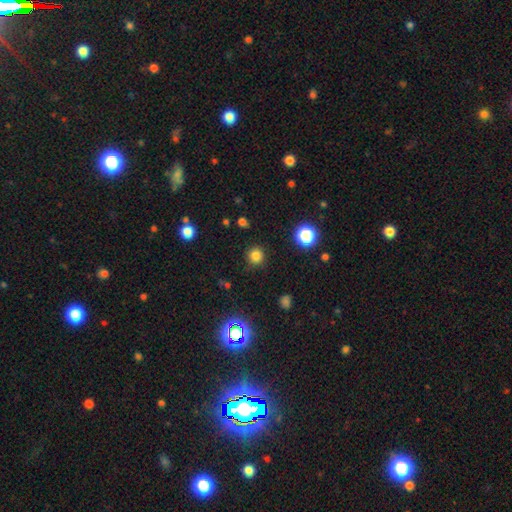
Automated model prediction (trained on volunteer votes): Q: Smooth or featured?
A: smooth (80%); runner-up: star or artifact (16%)
Q: How rounded?
A: round (94%); runner-up: in between (5%)
Q: Merging?
A: none (89%); runner-up: minor disturbance (7%)